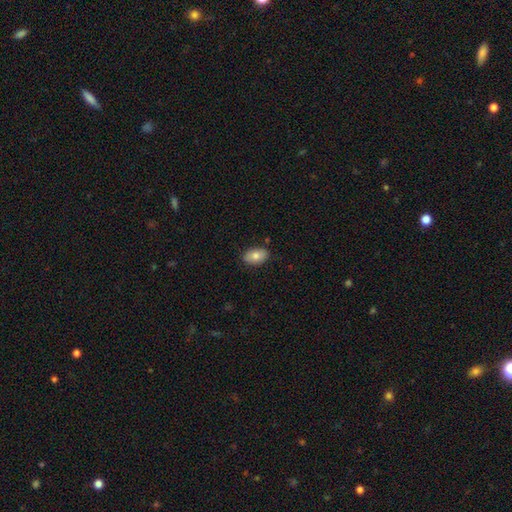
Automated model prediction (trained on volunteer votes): smooth 80%, featured or disk 13%, star or artifact 7%. Down the decision tree: how rounded — in between (91%); merging — none (86%).